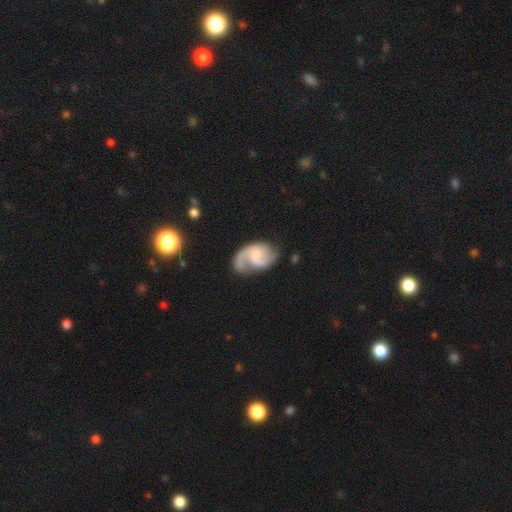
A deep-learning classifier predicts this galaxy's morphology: type=featured or disk (80%); edge-on=no (98%); bar=no (55%); spiral arms=yes (95%); winding=medium (46%); arm count=2 (71%); bulge=small (39%); merging=none (52%).